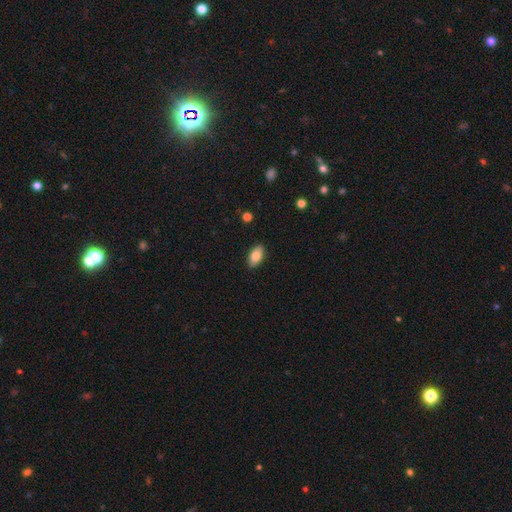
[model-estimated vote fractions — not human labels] Q: Smooth or featured?
A: smooth (83%); runner-up: featured or disk (10%)
Q: How rounded?
A: in between (93%); runner-up: cigar-shaped (4%)
Q: Merging?
A: none (88%); runner-up: minor disturbance (9%)